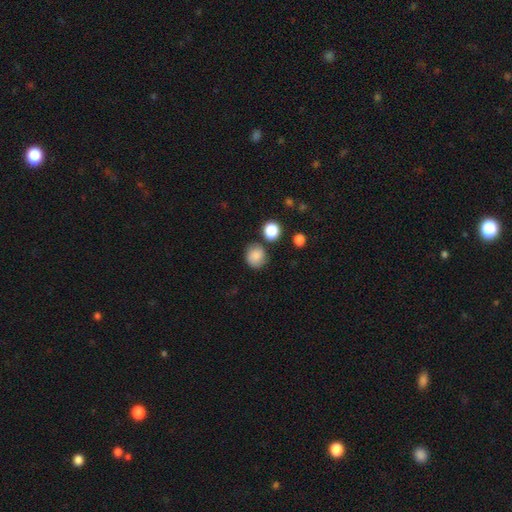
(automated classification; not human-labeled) Q: Smooth or featured?
A: smooth (82%); runner-up: star or artifact (10%)
Q: How rounded?
A: round (82%); runner-up: in between (17%)
Q: Merging?
A: none (70%); runner-up: minor disturbance (18%)